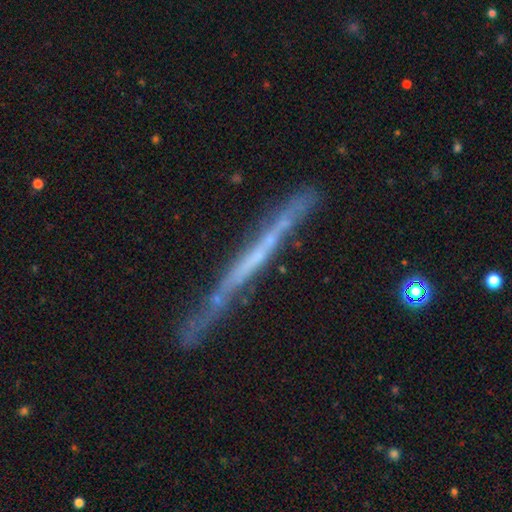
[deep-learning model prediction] This appears to be a featured or disk galaxy (68%) viewed edge-on (94%) with no central bulge (88%). Merging: none (73%).